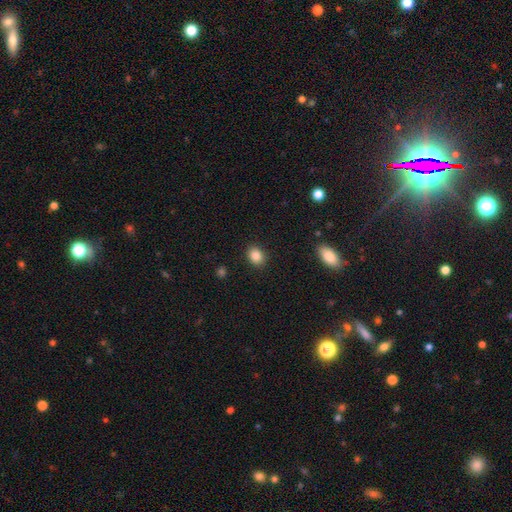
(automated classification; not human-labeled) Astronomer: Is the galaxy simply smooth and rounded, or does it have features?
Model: smooth — 86%.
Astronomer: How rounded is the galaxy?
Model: round — 57% (runner-up: in between, 42%).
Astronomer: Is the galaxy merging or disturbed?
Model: none — 89%.